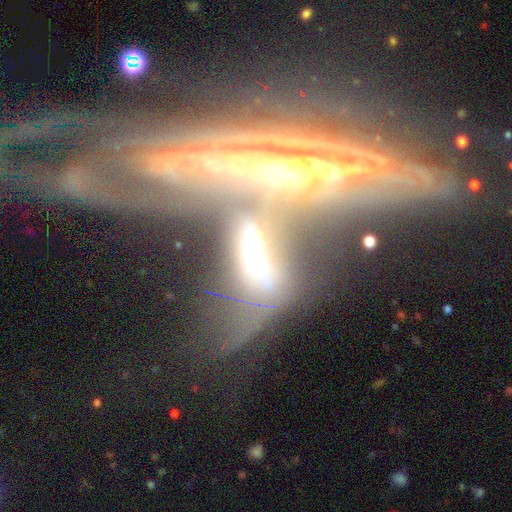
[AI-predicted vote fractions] A featured or disk galaxy (61%) viewed edge-on (51%). Merging: merger (61%).